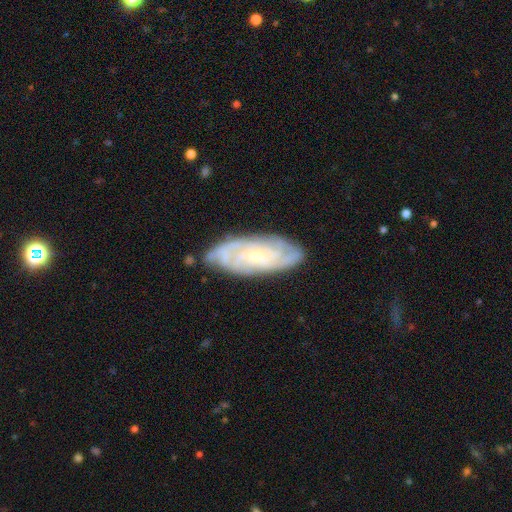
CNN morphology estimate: Q: Smooth or featured?
A: featured or disk (79%); runner-up: smooth (15%)
Q: Edge-on disk?
A: no (91%); runner-up: yes (9%)
Q: Bar?
A: no (61%); runner-up: weak (32%)
Q: Spiral arms?
A: yes (95%); runner-up: no (5%)
Q: Spiral winding?
A: tight (69%); runner-up: medium (26%)
Q: Spiral arm count?
A: can't tell (37%); runner-up: 3 (19%)
Q: Bulge size?
A: small (68%); runner-up: moderate (26%)
Q: Merging?
A: none (79%); runner-up: minor disturbance (16%)